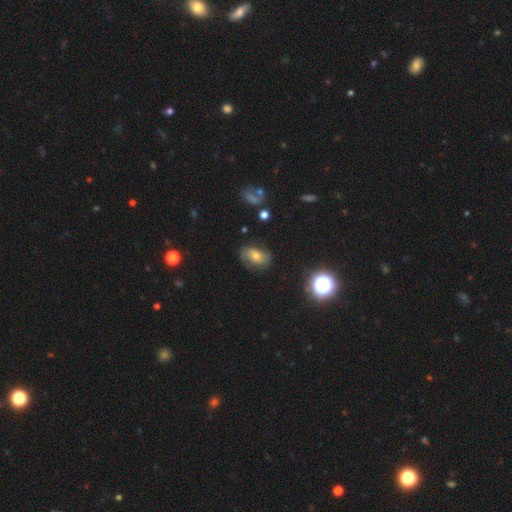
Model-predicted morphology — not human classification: type=featured or disk (50%); merging=none (68%).